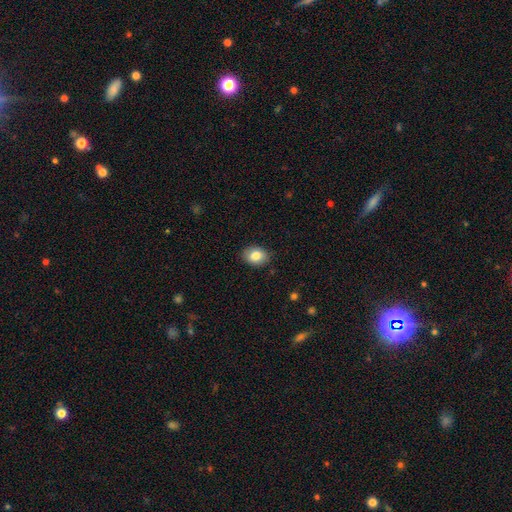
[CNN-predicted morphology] type=smooth (84%); roundness=in between (65%); merging=none (87%).